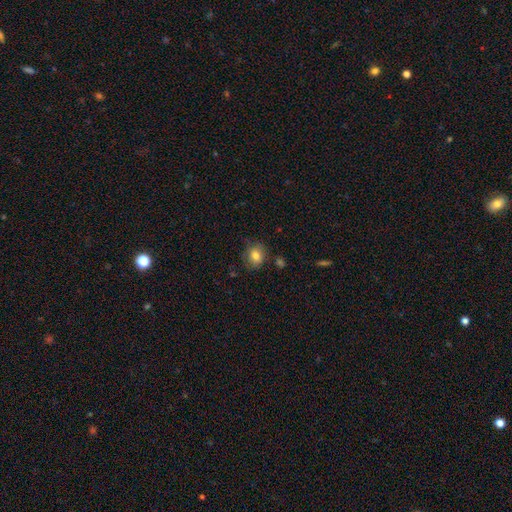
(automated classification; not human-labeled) This is clearly a smooth galaxy (80%). How rounded: likely round (65%). Merging: likely none (76%).